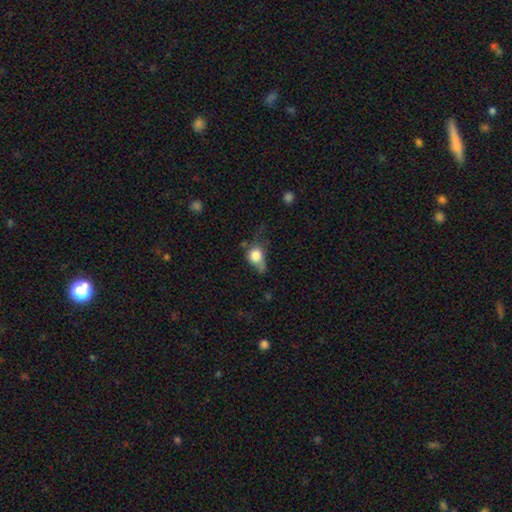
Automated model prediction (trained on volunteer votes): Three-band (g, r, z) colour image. It shows a smooth galaxy with no disk features (76%) that is round (60%). Merging: minor disturbance (33%).